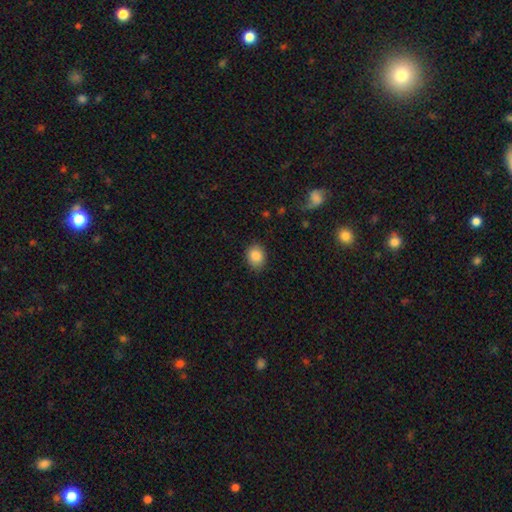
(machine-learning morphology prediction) A smooth galaxy with no disk features (87%) that is in between round and cigar-shaped (50%).

Vote fractions:
- Smooth or featured? smooth: 87% / star or artifact: 8% / featured or disk: 5%
- How rounded? in between: 50% / round: 49% / cigar-shaped: 1%
- Merging? none: 86% / minor disturbance: 11% / major disturbance: 3% / merger: 1%